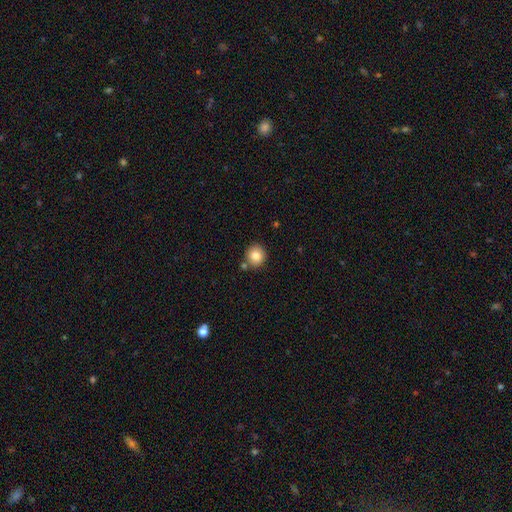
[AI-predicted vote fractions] Q: Smooth or featured?
A: smooth (83%); runner-up: star or artifact (9%)
Q: How rounded?
A: round (88%); runner-up: in between (11%)
Q: Merging?
A: none (80%); runner-up: minor disturbance (9%)